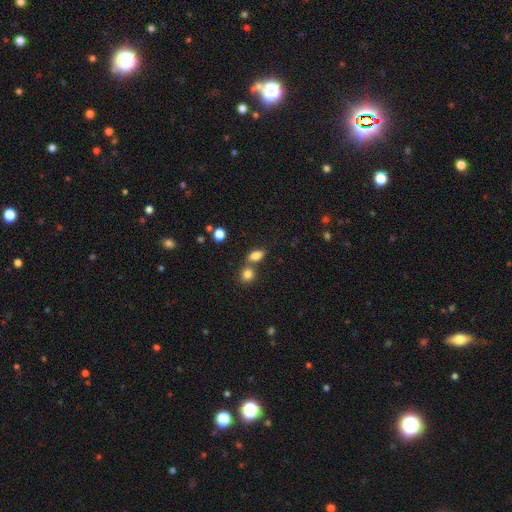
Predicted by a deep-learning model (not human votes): smooth 83%, star or artifact 11%, featured or disk 7%. Down the decision tree: how rounded — in between (80%); merging — none (54%).